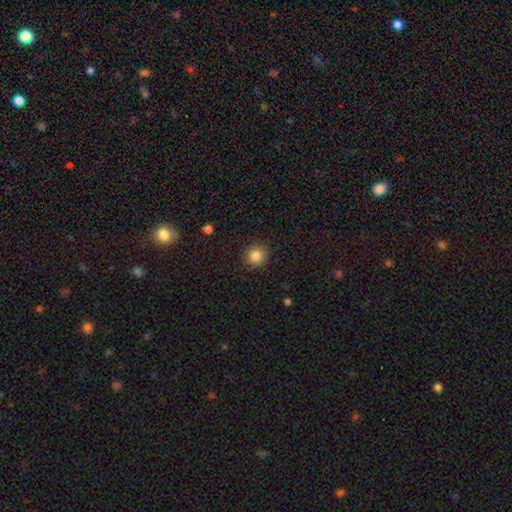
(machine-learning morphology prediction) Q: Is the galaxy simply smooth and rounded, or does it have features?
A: smooth — 86%.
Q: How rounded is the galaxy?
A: round — 90%.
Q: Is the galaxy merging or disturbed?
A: none — 89%.